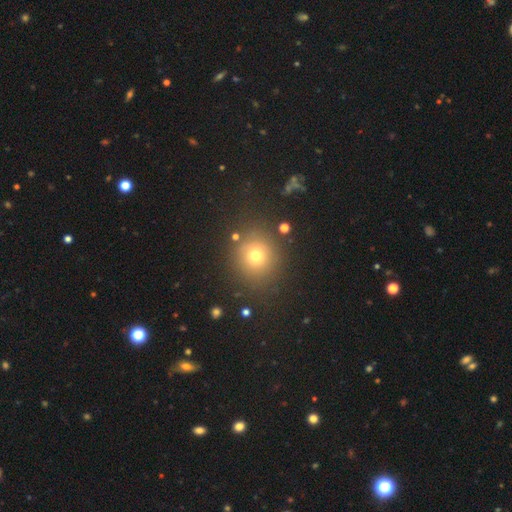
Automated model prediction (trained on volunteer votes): A smooth galaxy with no disk features (70%) that is round (87%). Merging: none (84%).